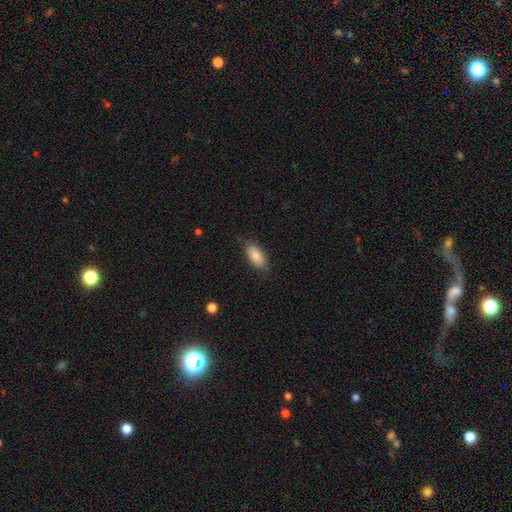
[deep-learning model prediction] Smooth or featured: smooth — 84% (featured or disk — 9%)
How rounded: in between — 88% (cigar-shaped — 10%)
Merging: none — 81% (minor disturbance — 15%)